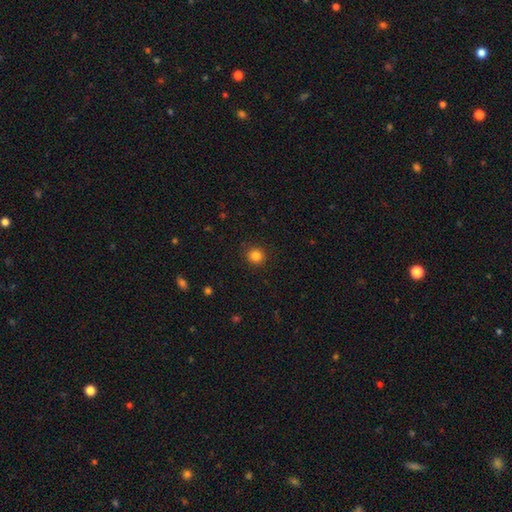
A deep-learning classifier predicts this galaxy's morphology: A smooth galaxy with no disk features (84%) that is round (91%).

Vote fractions:
- Smooth or featured? smooth: 84% / star or artifact: 12% / featured or disk: 4%
- How rounded? round: 91% / in between: 8% / cigar-shaped: 1%
- Merging? none: 90% / minor disturbance: 7% / major disturbance: 2% / merger: 1%